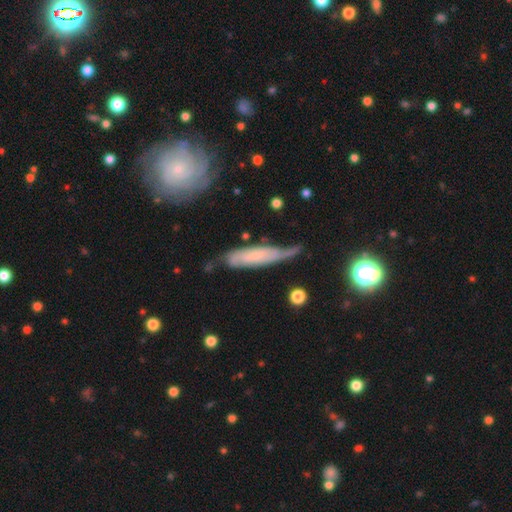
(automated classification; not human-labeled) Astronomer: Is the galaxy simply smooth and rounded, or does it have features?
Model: featured or disk — 54% (runner-up: smooth, 38%).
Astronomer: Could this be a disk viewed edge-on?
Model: no — 60% (runner-up: yes, 40%).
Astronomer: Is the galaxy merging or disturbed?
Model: none — 48% (runner-up: minor disturbance, 32%).